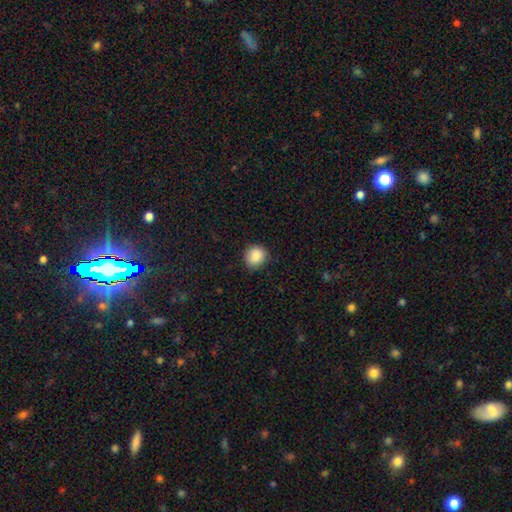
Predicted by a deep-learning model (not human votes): A smooth galaxy with no disk features (89%) that is round (83%).

Vote fractions:
- Smooth or featured? smooth: 89% / star or artifact: 8% / featured or disk: 3%
- How rounded? round: 83% / in between: 16% / cigar-shaped: 1%
- Merging? none: 85% / minor disturbance: 11% / major disturbance: 2% / merger: 1%